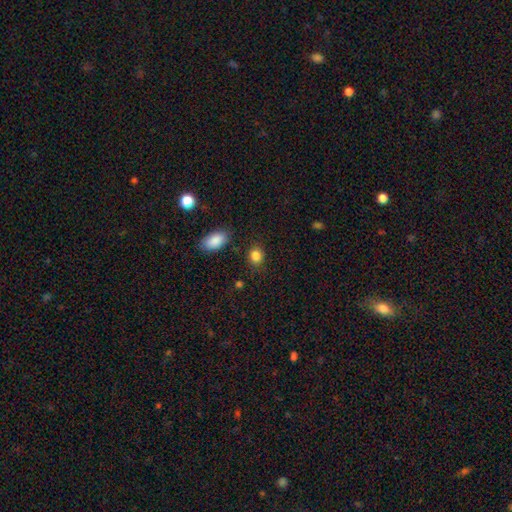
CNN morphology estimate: Overall: smooth (85%). How rounded: round (55%; in between 44%). Merging: none (83%).